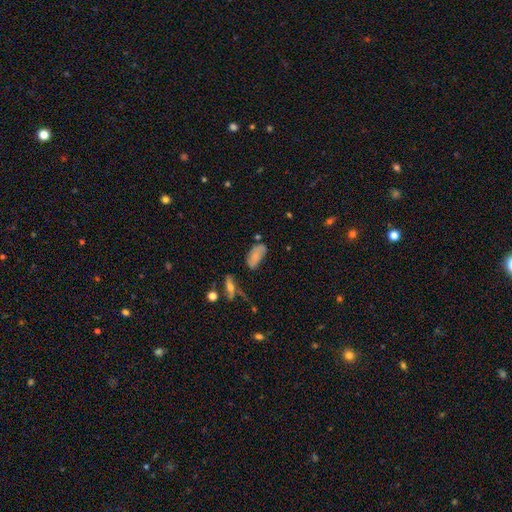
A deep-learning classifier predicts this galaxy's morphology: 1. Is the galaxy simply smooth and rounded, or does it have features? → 74% smooth, 16% featured or disk, 10% star or artifact.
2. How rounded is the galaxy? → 90% in between, 7% cigar-shaped, 3% round.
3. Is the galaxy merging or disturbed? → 47% none, 31% minor disturbance, 13% major disturbance, 8% merger.